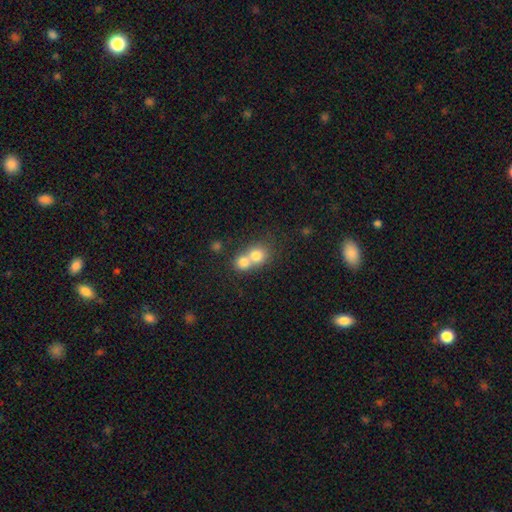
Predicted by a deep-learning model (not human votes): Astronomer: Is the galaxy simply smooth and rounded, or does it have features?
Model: smooth — 76%.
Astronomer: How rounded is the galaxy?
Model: round — 79%.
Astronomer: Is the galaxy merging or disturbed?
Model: merger — 67%.